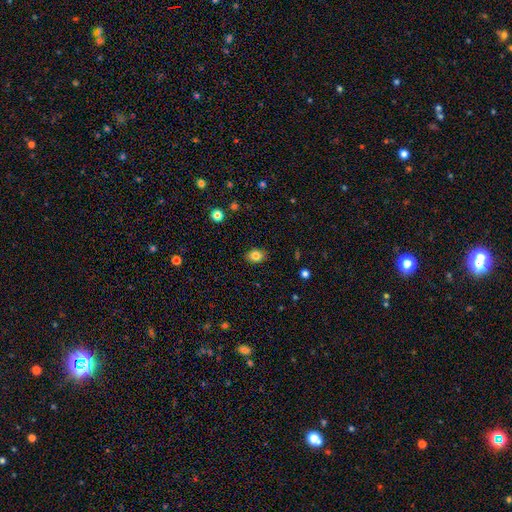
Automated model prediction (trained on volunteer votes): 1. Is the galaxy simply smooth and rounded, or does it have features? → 83% smooth, 10% star or artifact, 7% featured or disk.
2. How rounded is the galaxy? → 62% in between, 37% round, 1% cigar-shaped.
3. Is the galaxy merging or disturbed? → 86% none, 10% minor disturbance, 2% major disturbance, 1% merger.